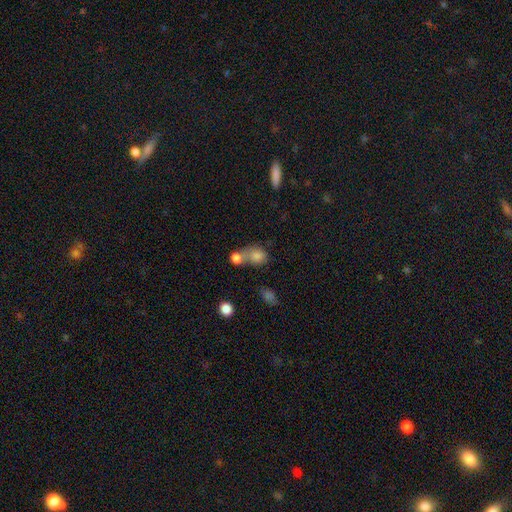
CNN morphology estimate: A smooth galaxy with no disk features (79%) that is round (59%). Merging: merger (58%).